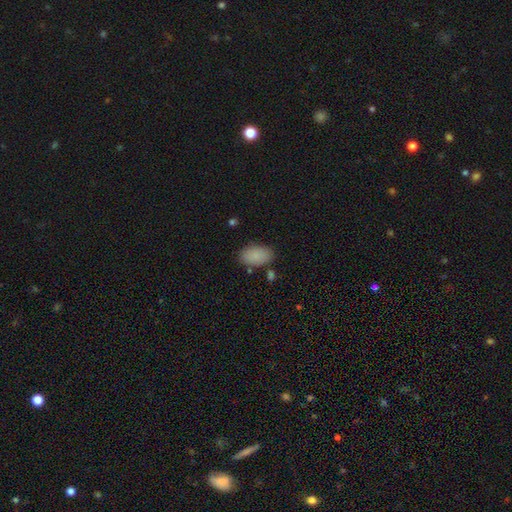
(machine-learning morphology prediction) type=smooth (88%); roundness=in between (94%); merging=none (81%).